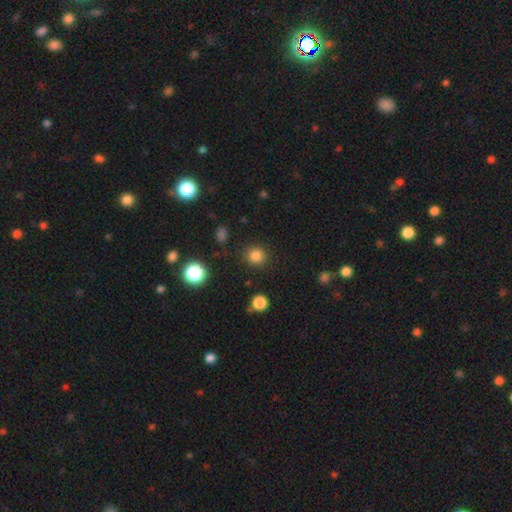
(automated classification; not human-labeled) The model was most divided on "smooth or featured": smooth: 83%, star or artifact: 13%, featured or disk: 4%. More confident: how rounded — round (90%); merging — none (89%).